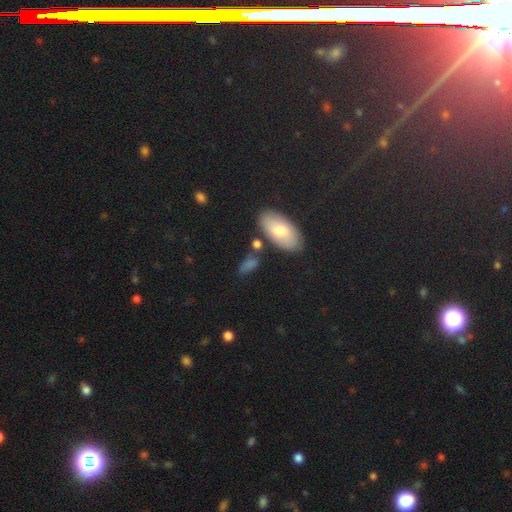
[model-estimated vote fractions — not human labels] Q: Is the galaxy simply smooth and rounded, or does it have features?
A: smooth — 41%.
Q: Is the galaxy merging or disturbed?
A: none — 76%.